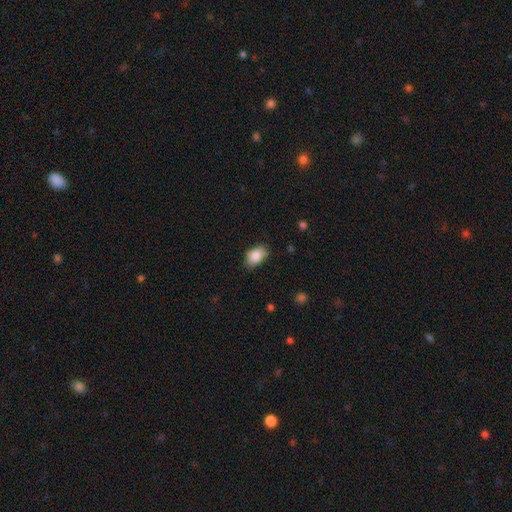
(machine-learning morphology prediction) This is clearly a smooth galaxy (84%). How rounded: clearly in between (82%). Merging: likely none (70%).